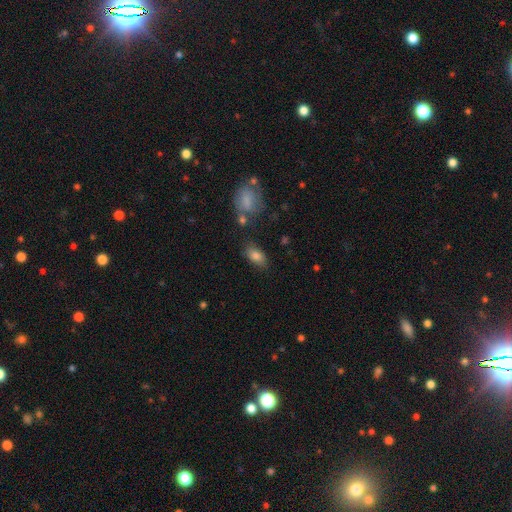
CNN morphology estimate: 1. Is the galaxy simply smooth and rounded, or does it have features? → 83% smooth, 9% featured or disk, 8% star or artifact.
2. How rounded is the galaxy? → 90% in between, 7% round, 4% cigar-shaped.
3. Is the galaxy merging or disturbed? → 75% none, 15% minor disturbance, 6% merger, 4% major disturbance.